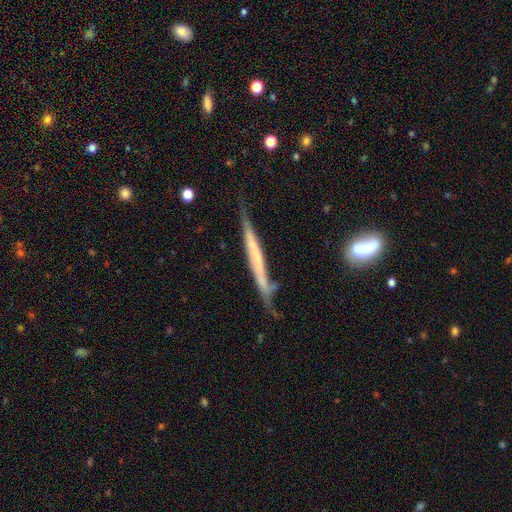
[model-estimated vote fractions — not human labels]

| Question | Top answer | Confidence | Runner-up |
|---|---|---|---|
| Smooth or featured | featured or disk | 61% | smooth (33%) |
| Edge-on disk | yes | 88% | no (12%) |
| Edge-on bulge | none | 76% | rounded (13%) |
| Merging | none | 55% | minor disturbance (30%) |